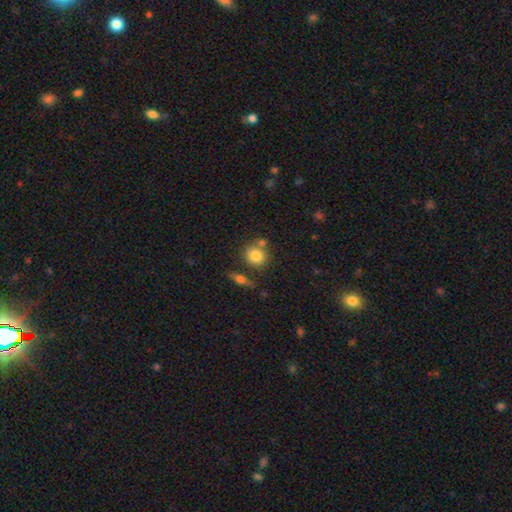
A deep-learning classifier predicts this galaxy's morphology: This is clearly a smooth galaxy (80%). How rounded: clearly round (81%). Merging: likely none (66%).